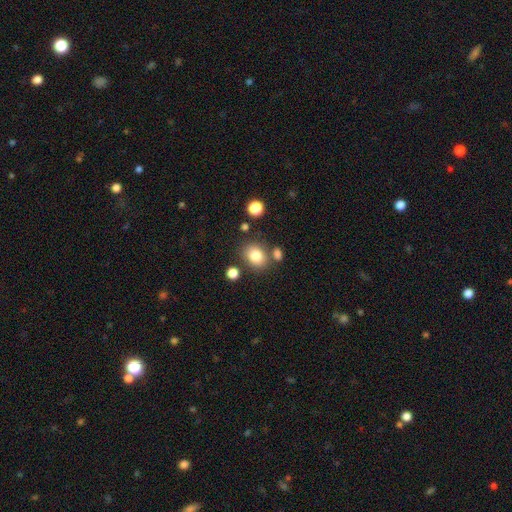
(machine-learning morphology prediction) This appears to be a smooth galaxy with no disk features (82%) that is round (55%). Merging: none (73%).